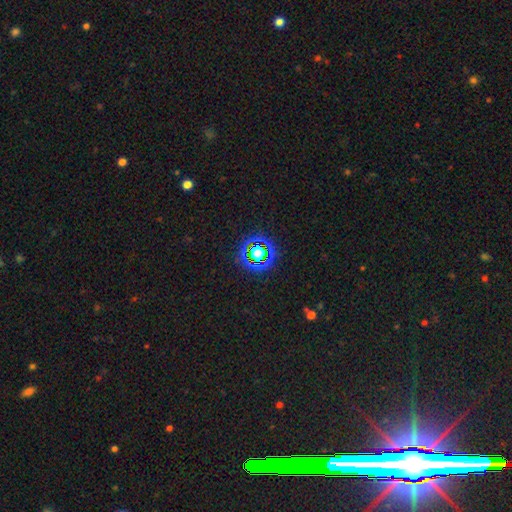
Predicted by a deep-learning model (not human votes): Smooth or featured? Predicted: star or artifact (p=0.67).